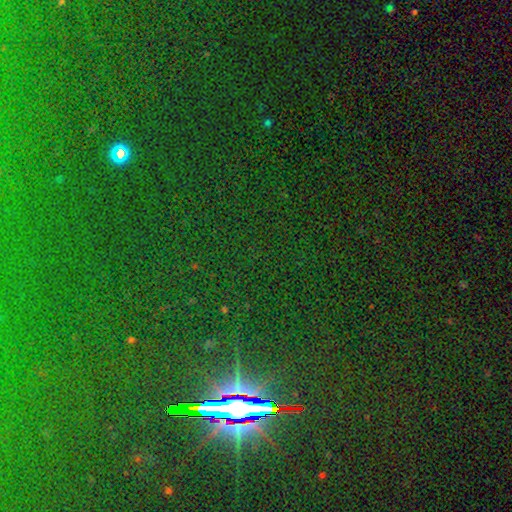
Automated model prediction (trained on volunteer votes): Overall: star or artifact (83%).